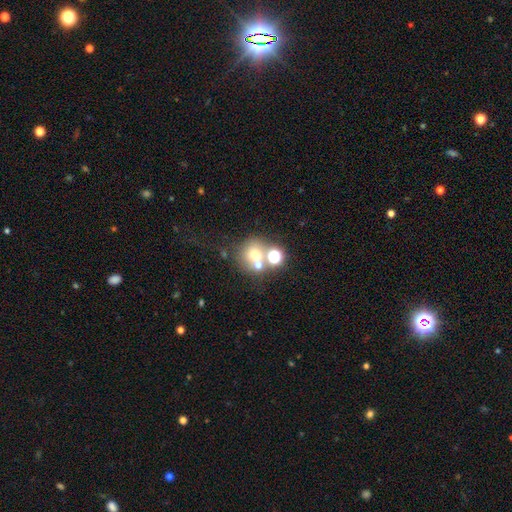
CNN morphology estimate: Smooth or featured: smooth — 61% (star or artifact — 21%)
How rounded: round — 86% (in between — 13%)
Merging: none — 50% (merger — 36%)